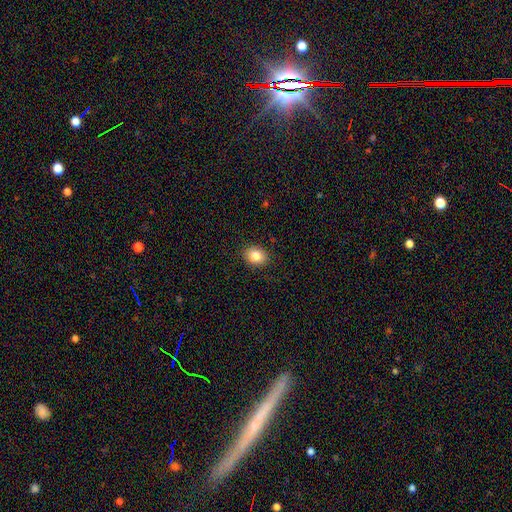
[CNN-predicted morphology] Overall: smooth (85%). How rounded: in between (57%; round 42%). Merging: none (89%).